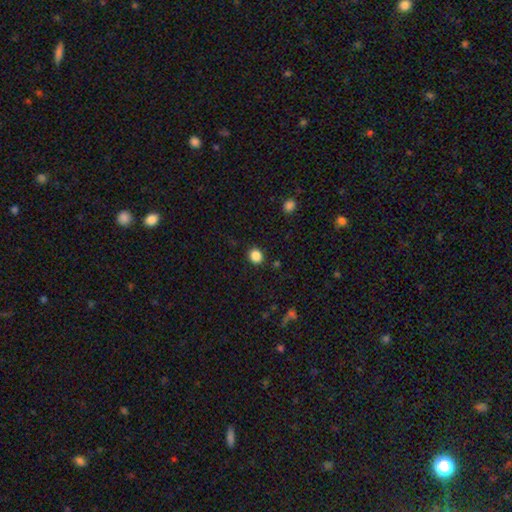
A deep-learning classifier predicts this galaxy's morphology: Smooth or featured? Predicted: smooth (p=0.86). How rounded? Predicted: round (p=0.73). Merging? Predicted: none (p=0.90).